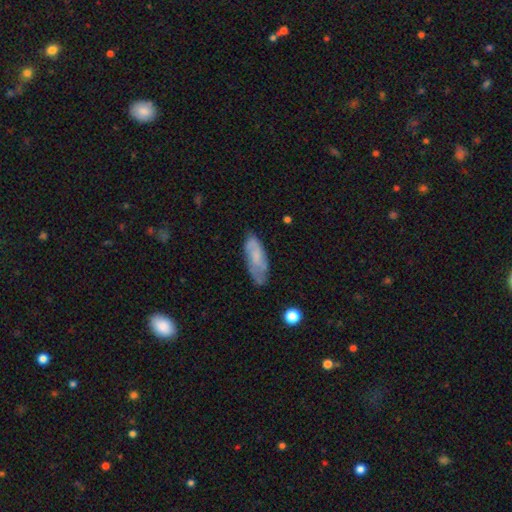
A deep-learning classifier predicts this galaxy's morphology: smooth_or_featured: smooth (p=0.57) [alt: featured or disk p=0.36]
how_rounded: in between (p=0.67) [alt: cigar-shaped p=0.31]
merging: none (p=0.62) [alt: minor disturbance p=0.27]